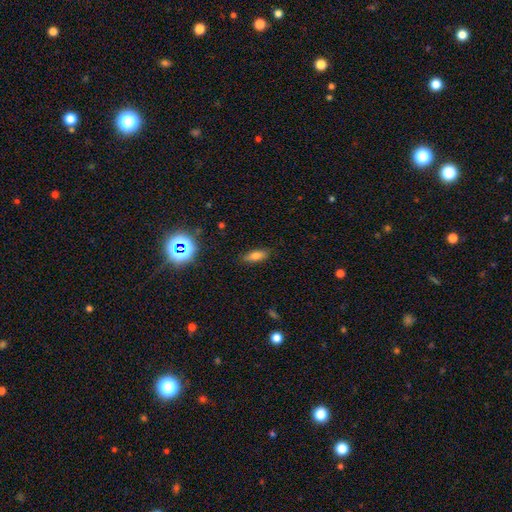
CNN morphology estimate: A smooth galaxy with no disk features (70%) that is in between round and cigar-shaped (67%).

Vote fractions:
- Smooth or featured? smooth: 70% / featured or disk: 18% / star or artifact: 12%
- How rounded? in between: 67% / cigar-shaped: 29% / round: 4%
- Merging? none: 85% / minor disturbance: 11% / major disturbance: 2% / merger: 1%